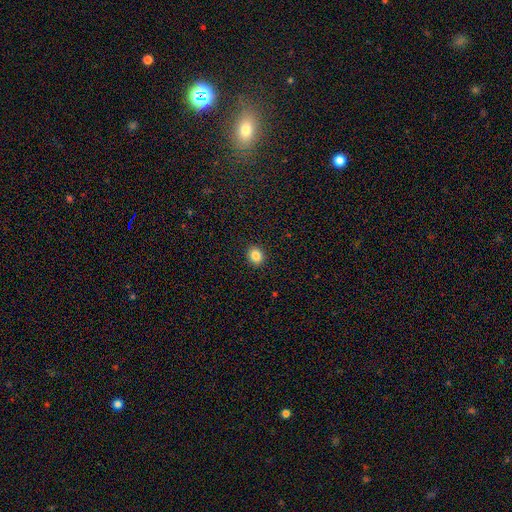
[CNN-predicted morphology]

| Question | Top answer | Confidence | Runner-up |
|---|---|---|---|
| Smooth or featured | smooth | 85% | star or artifact (11%) |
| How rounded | round | 72% | in between (27%) |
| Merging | none | 92% | minor disturbance (6%) |